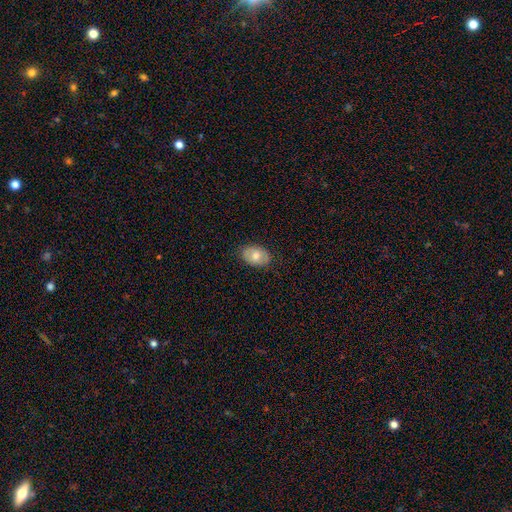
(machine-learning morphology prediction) Q: Smooth or featured?
A: smooth (70%); runner-up: featured or disk (23%)
Q: How rounded?
A: in between (84%); runner-up: round (14%)
Q: Merging?
A: none (85%); runner-up: minor disturbance (12%)